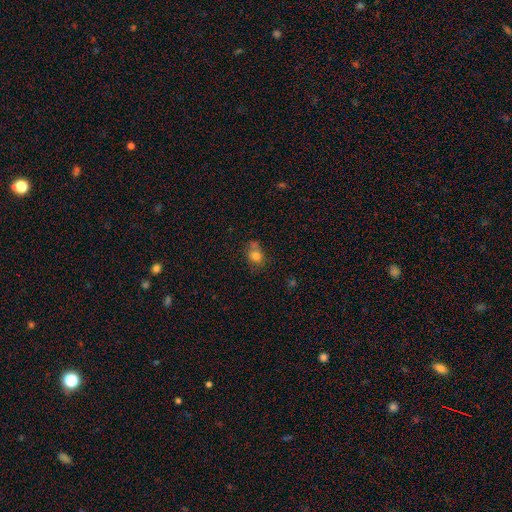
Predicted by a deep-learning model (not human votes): Smooth or featured: smooth — 79% (star or artifact — 12%)
How rounded: round — 63% (in between — 36%)
Merging: none — 53% (minor disturbance — 24%)